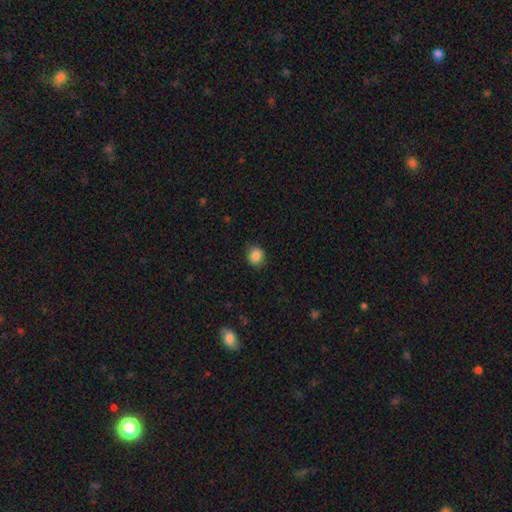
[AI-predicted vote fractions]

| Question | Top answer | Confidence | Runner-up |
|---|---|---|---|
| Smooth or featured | smooth | 87% | star or artifact (9%) |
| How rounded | round | 71% | in between (28%) |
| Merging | none | 85% | minor disturbance (11%) |